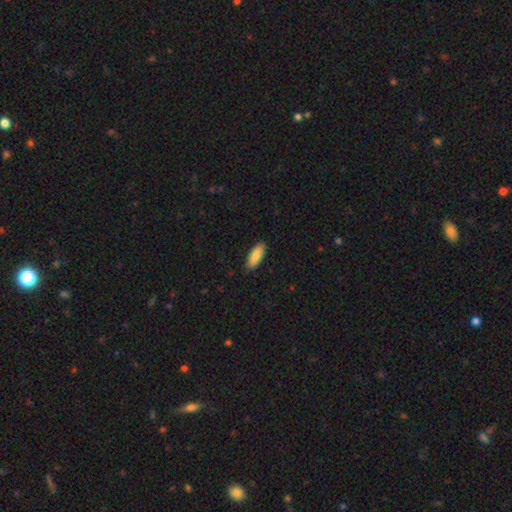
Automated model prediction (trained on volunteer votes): Smooth or featured?
  - smooth: 85% *
  - featured or disk: 9%
  - star or artifact: 6%
How rounded?
  - in between: 77% *
  - cigar-shaped: 22%
  - round: 2%
Merging?
  - none: 88% *
  - minor disturbance: 9%
  - major disturbance: 2%
  - merger: 1%